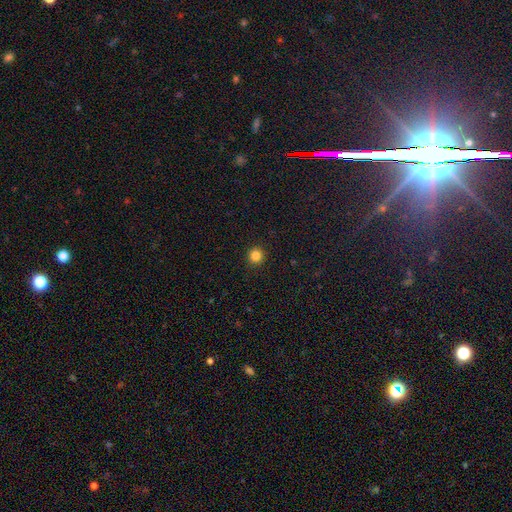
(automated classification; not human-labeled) Smooth or featured? smooth (84%)
How rounded? round (94%)
Merging? none (93%)